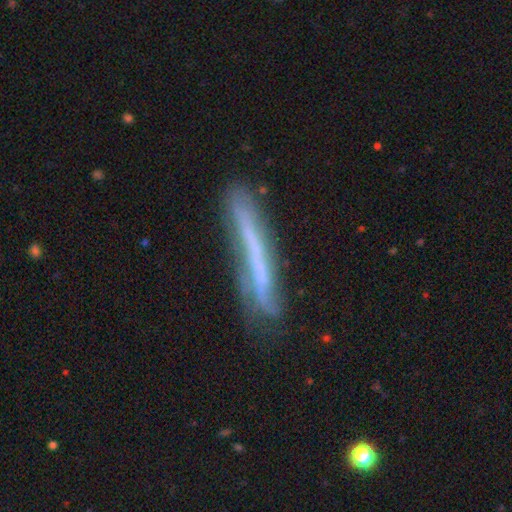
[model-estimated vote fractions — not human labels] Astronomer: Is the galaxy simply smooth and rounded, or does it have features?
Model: featured or disk — 57% (runner-up: smooth, 35%).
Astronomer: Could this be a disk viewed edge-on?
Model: yes — 82%.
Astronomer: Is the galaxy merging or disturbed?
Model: none — 65%.